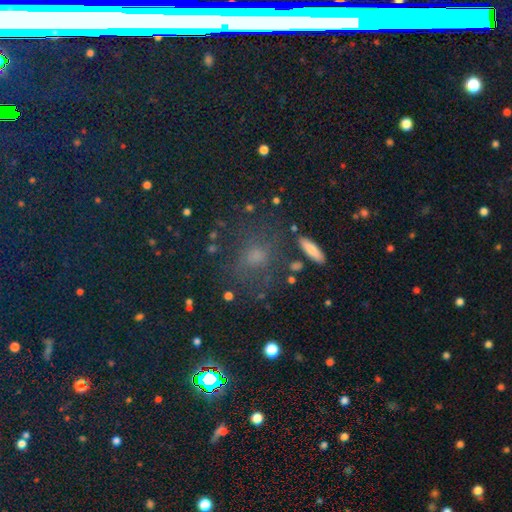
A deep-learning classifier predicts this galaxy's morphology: smooth-or-featured: smooth: 52% | star or artifact: 32% | featured or disk: 16%
  how-rounded: round: 61% | in between: 35% | cigar-shaped: 5%
  merging: none: 71% | minor disturbance: 16% | major disturbance: 8% | merger: 5%